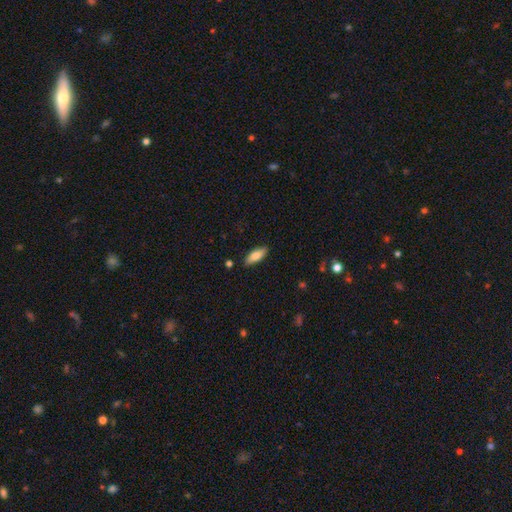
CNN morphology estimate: smooth-or-featured: smooth: 78% | featured or disk: 16% | star or artifact: 6%
  how-rounded: in between: 67% | cigar-shaped: 31% | round: 2%
  merging: none: 86% | minor disturbance: 10% | major disturbance: 2% | merger: 2%